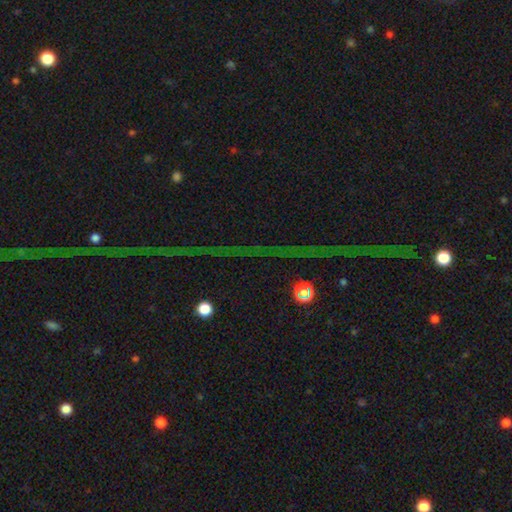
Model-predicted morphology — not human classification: Smooth or featured: star or artifact — 78% (featured or disk — 12%)